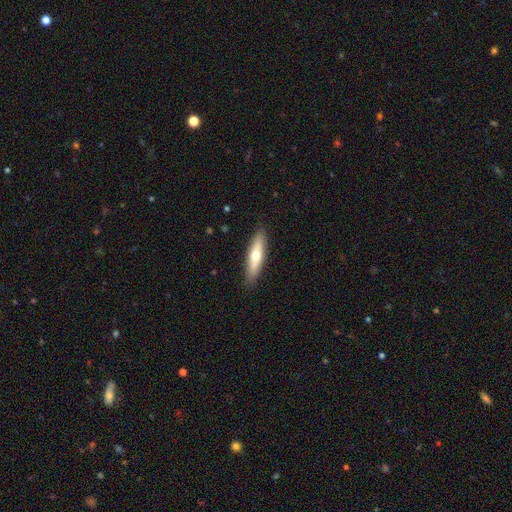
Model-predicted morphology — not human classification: This is possibly a smooth galaxy (56%). How rounded: likely cigar-shaped (69%). Merging: clearly none (88%).